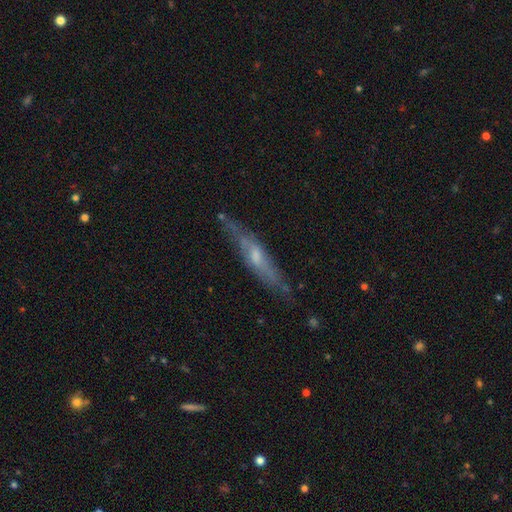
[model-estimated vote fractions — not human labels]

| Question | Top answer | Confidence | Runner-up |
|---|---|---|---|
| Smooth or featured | featured or disk | 65% | smooth (28%) |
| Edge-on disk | yes | 74% | no (26%) |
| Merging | none | 70% | minor disturbance (21%) |